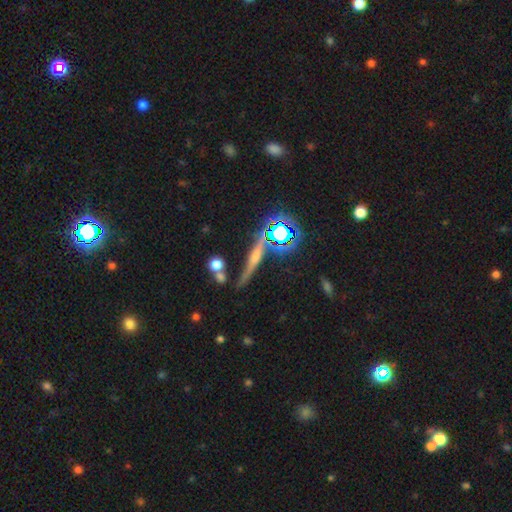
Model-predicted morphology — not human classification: Q: Smooth or featured?
A: featured or disk (56%); runner-up: star or artifact (23%)
Q: Edge-on disk?
A: yes (93%); runner-up: no (7%)
Q: Edge-on bulge?
A: rounded (72%); runner-up: none (17%)
Q: Merging?
A: none (80%); runner-up: minor disturbance (10%)